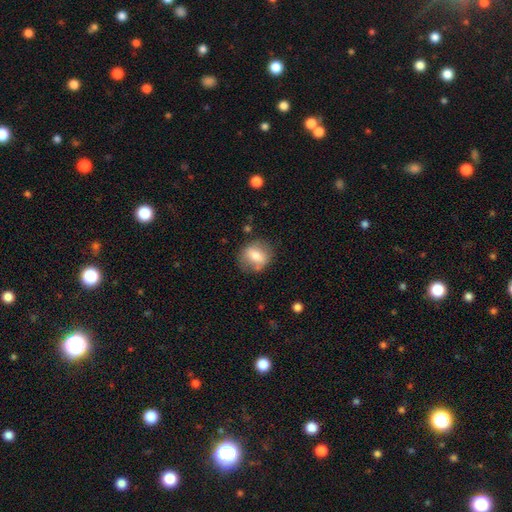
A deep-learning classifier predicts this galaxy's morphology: smooth_or_featured: smooth (p=0.64) [alt: featured or disk p=0.28]
how_rounded: round (p=0.65) [alt: in between p=0.33]
merging: none (p=0.76) [alt: minor disturbance p=0.16]